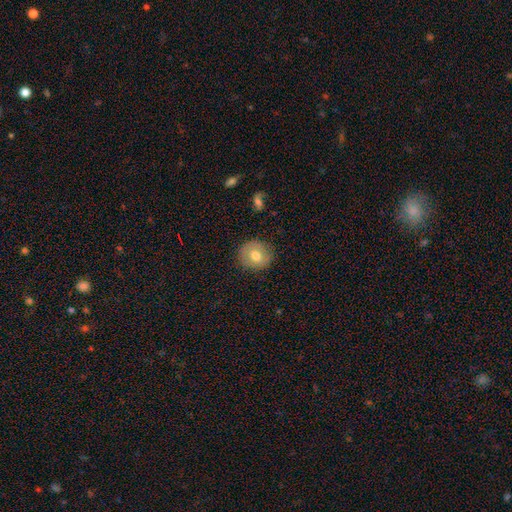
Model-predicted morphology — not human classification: The model was most divided on "smooth or featured": smooth: 72%, featured or disk: 20%, star or artifact: 8%. More confident: merging — none (87%); how rounded — round (85%).